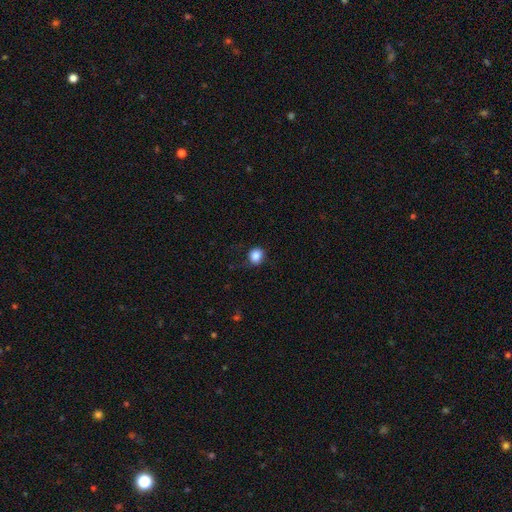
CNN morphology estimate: Smooth or featured? Predicted: smooth (p=0.85). How rounded? Predicted: round (p=0.78). Merging? Predicted: none (p=0.78).